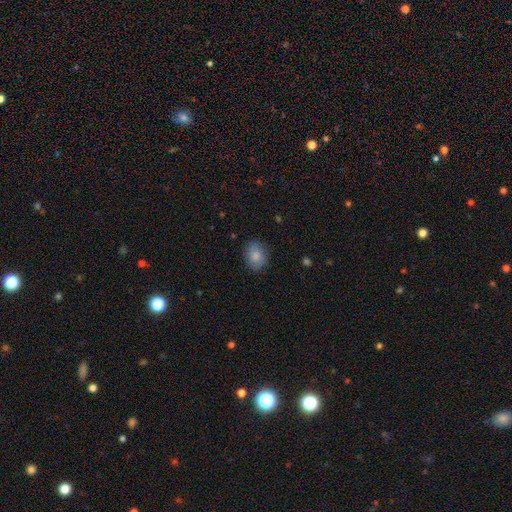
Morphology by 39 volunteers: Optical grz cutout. It shows a smooth galaxy with no disk features (90%) that is in between round and cigar-shaped (60%). Merging: none (74%).